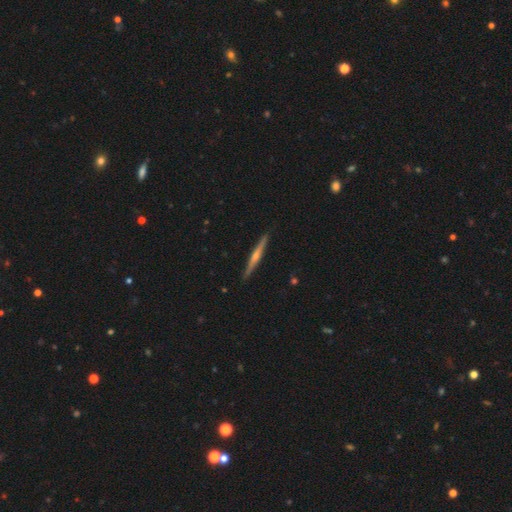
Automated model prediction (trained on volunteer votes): featured or disk 72%, smooth 23%, star or artifact 5%. Down the decision tree: edge-on disk — yes (98%); edge-on bulge — rounded (77%); merging — none (92%).